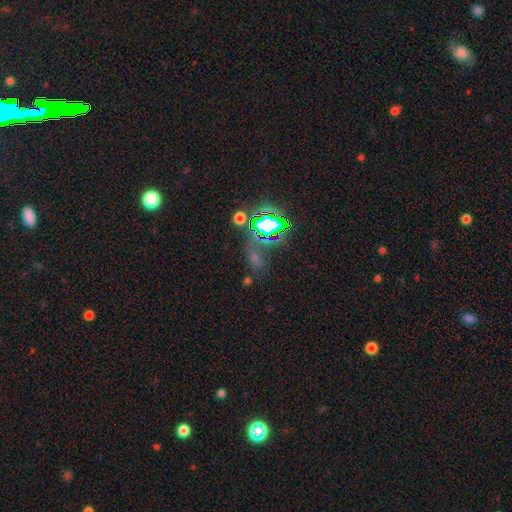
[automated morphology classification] star or artifact 63%, smooth 22%, featured or disk 15%.